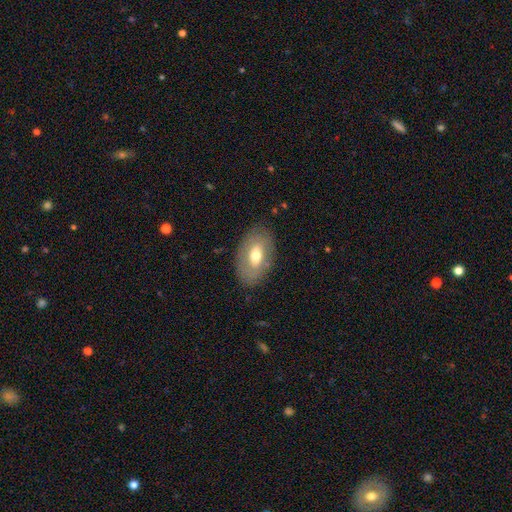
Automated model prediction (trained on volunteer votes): smooth 58%, featured or disk 35%, star or artifact 7%. Down the decision tree: how rounded — in between (91%); merging — none (81%).